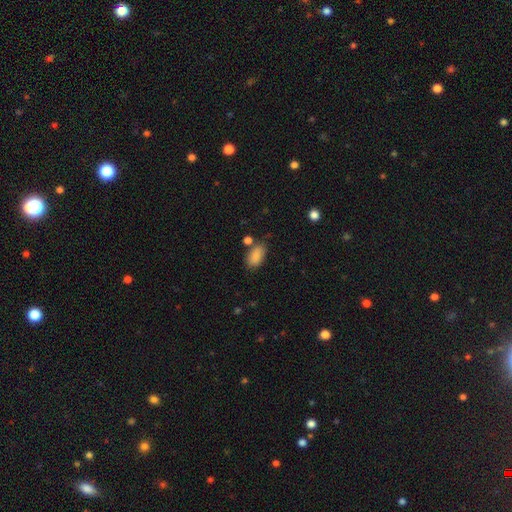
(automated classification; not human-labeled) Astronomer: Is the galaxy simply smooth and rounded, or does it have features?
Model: smooth — 85%.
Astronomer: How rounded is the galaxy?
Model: in between — 92%.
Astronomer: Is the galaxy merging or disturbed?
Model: none — 66%.